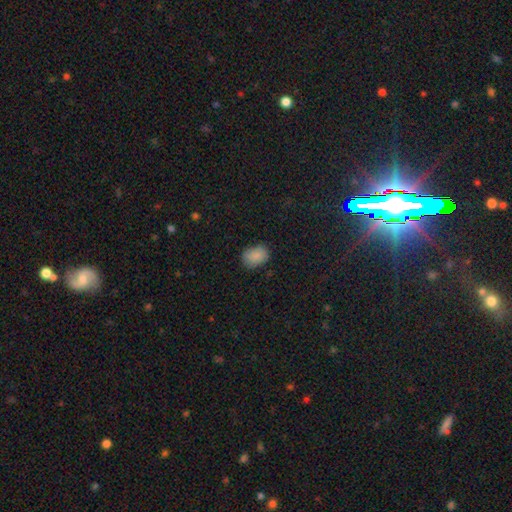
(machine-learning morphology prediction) Smooth or featured? Predicted: smooth (p=0.87). How rounded? Predicted: in between (p=0.74). Merging? Predicted: none (p=0.79).